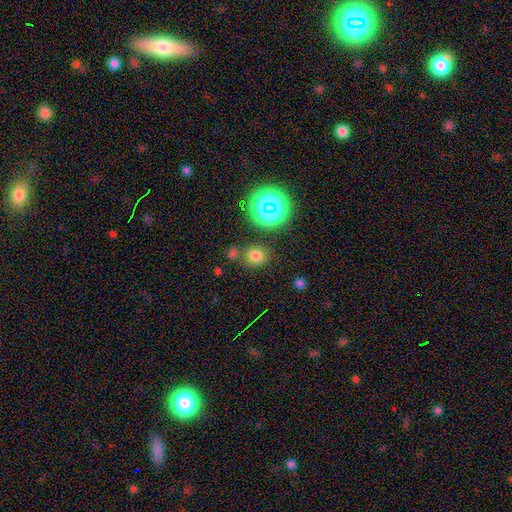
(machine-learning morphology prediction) This appears to be a smooth galaxy with no disk features (69%) that is round (76%). Merging: none (79%).